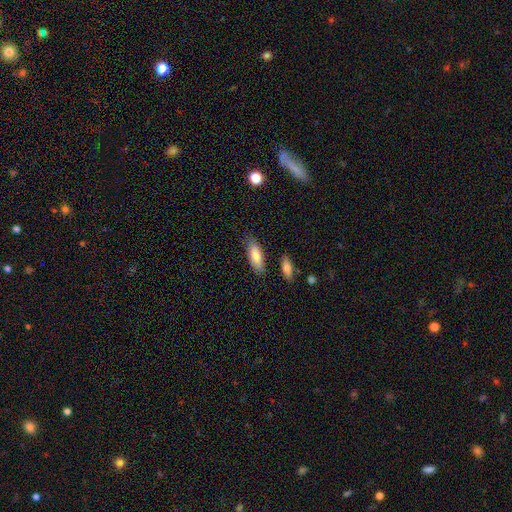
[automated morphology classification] Smooth or featured: smooth — 83% (featured or disk — 11%)
How rounded: in between — 69% (cigar-shaped — 29%)
Merging: none — 80% (minor disturbance — 13%)